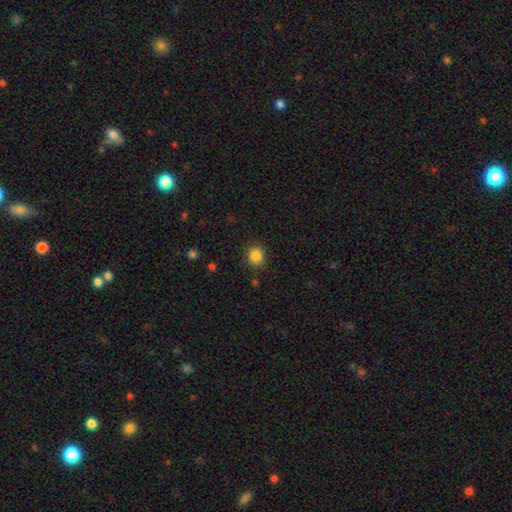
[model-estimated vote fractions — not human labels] This appears to be a smooth galaxy with no disk features (85%) that is round (76%). Merging: none (87%).